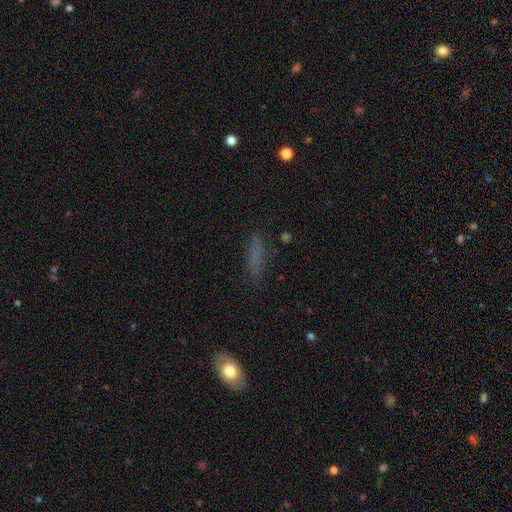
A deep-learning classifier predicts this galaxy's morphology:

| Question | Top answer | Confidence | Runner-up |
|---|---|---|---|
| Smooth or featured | smooth | 70% | star or artifact (15%) |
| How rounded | cigar-shaped | 61% | in between (35%) |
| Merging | none | 75% | minor disturbance (16%) |